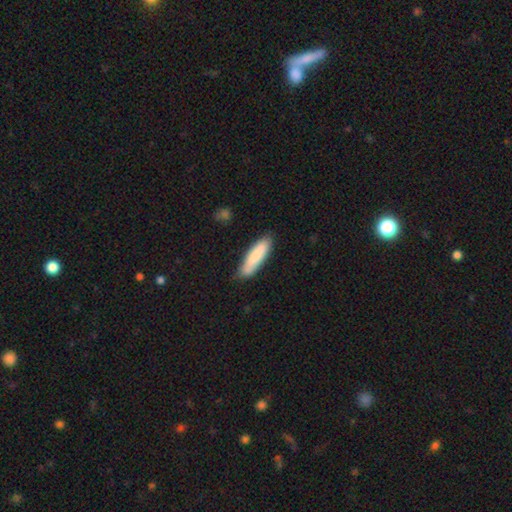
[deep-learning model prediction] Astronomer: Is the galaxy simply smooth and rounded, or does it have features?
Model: smooth — 84%.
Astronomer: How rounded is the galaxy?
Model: cigar-shaped — 65%.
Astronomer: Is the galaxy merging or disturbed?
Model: none — 80%.